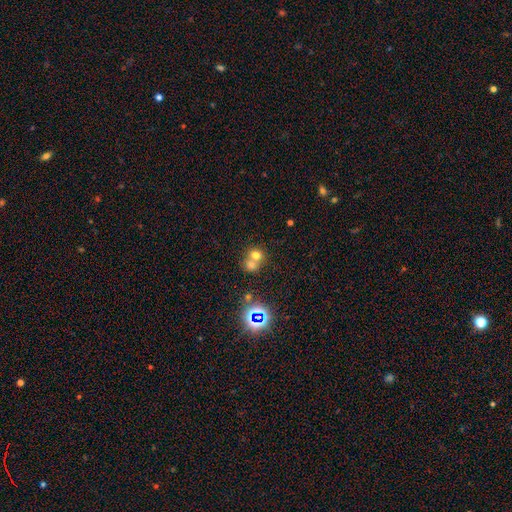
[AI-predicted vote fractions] Q: Smooth or featured?
A: smooth (65%); runner-up: star or artifact (20%)
Q: How rounded?
A: round (78%); runner-up: in between (21%)
Q: Merging?
A: merger (60%); runner-up: none (32%)